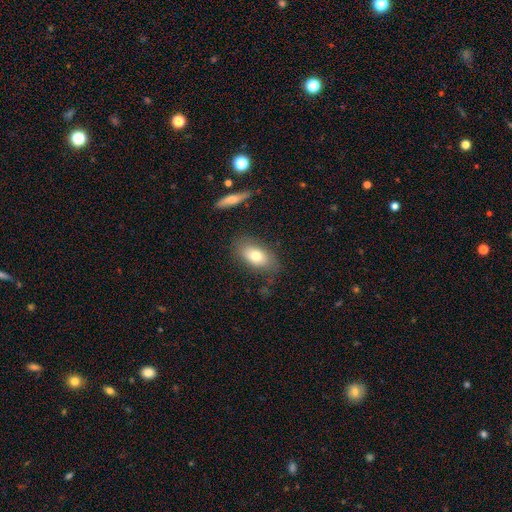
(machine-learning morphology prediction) Smooth or featured? smooth (74%)
How rounded? in between (89%)
Merging? none (75%)